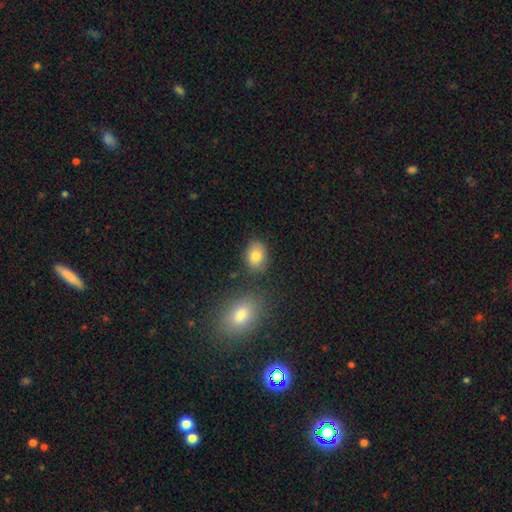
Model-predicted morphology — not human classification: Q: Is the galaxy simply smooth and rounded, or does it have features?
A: smooth — 81%.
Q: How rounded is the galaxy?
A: in between — 66%.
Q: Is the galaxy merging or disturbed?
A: none — 77%.